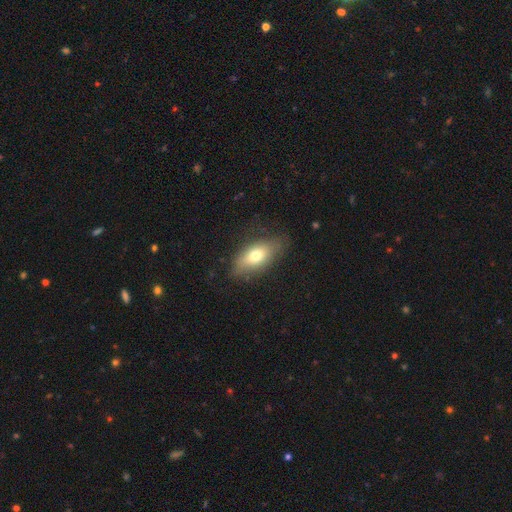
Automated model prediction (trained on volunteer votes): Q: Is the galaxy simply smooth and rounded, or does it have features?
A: smooth — 70%.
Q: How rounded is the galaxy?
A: in between — 85%.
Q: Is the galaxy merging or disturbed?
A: none — 75%.